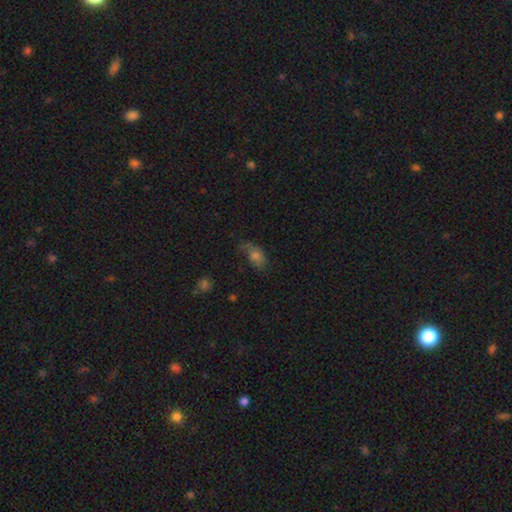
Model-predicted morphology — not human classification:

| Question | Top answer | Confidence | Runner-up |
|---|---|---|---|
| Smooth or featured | smooth | 60% | featured or disk (24%) |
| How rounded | in between | 83% | round (13%) |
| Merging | none | 49% | minor disturbance (30%) |